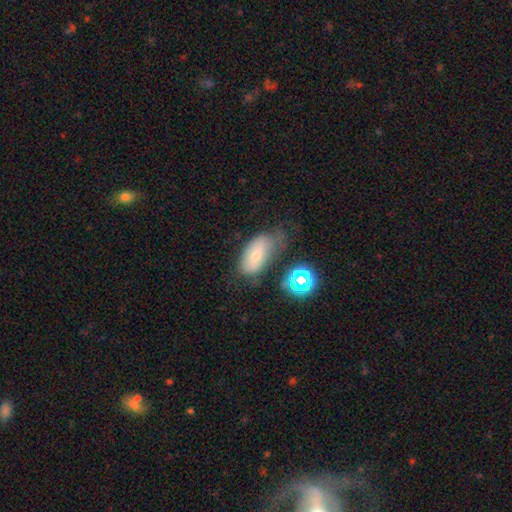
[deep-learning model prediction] Q: Smooth or featured?
A: smooth (64%); runner-up: featured or disk (23%)
Q: How rounded?
A: in between (91%); runner-up: round (6%)
Q: Merging?
A: none (45%); runner-up: minor disturbance (33%)